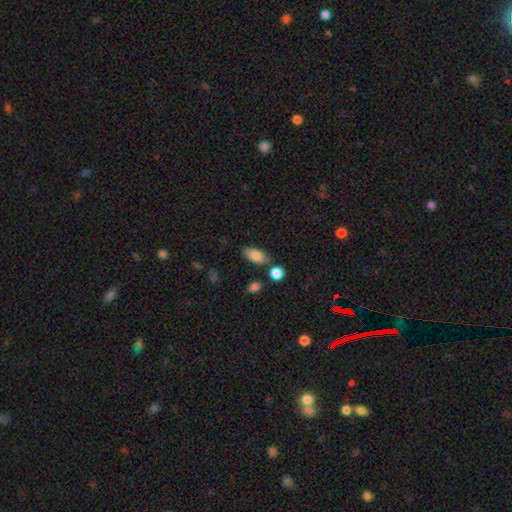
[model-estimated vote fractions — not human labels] Morphology: type=smooth (84%); roundness=in between (89%); merging=none (73%).